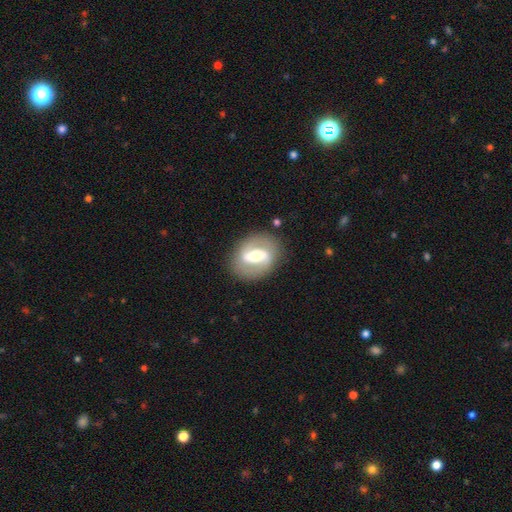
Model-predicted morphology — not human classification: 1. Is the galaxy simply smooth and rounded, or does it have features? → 77% featured or disk, 18% smooth, 5% star or artifact.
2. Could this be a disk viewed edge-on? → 94% no, 6% yes.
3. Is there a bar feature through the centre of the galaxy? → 57% strong, 31% weak, 12% no.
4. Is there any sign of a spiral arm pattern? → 75% yes, 25% no.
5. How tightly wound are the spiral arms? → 44% medium, 31% loose, 25% tight.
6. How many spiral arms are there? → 87% 2, 7% can't tell, 3% 1, 1% 3, 1% 4, 1% more than 4.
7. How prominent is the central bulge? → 62% moderate, 22% small, 13% large, 2% dominant, 1% none.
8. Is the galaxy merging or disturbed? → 84% none, 10% minor disturbance, 4% major disturbance, 1% merger.